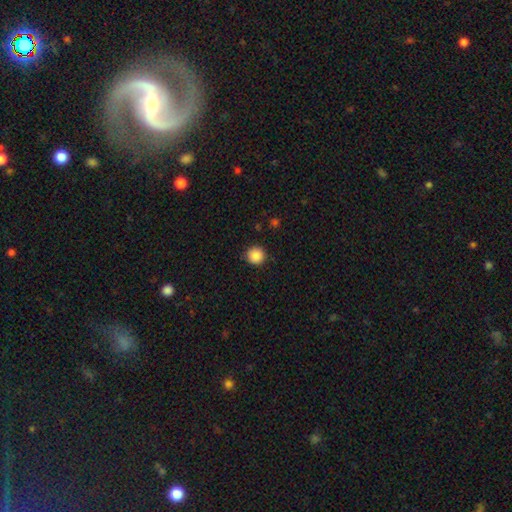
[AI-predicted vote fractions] A smooth galaxy with no disk features (87%) that is round (95%).

Vote fractions:
- Smooth or featured? smooth: 87% / star or artifact: 9% / featured or disk: 3%
- How rounded? round: 95% / in between: 4% / cigar-shaped: 1%
- Merging? none: 90% / minor disturbance: 7% / major disturbance: 2% / merger: 1%